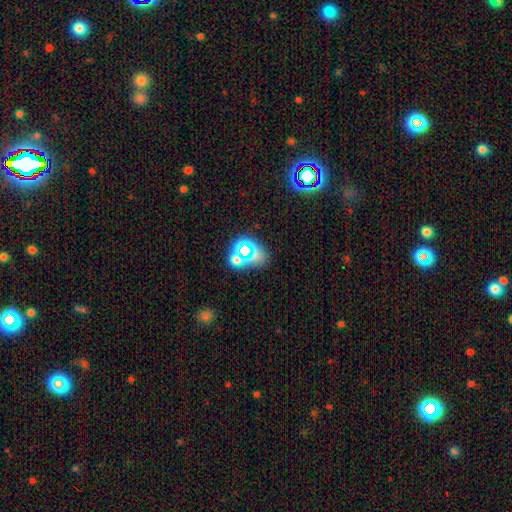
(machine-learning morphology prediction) Smooth or featured? star or artifact (52%)